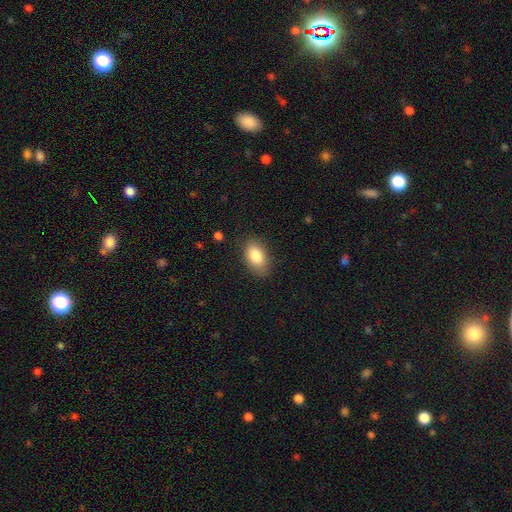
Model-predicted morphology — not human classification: Smooth or featured: smooth — 85% (featured or disk — 8%)
How rounded: in between — 91% (round — 7%)
Merging: none — 83% (minor disturbance — 12%)